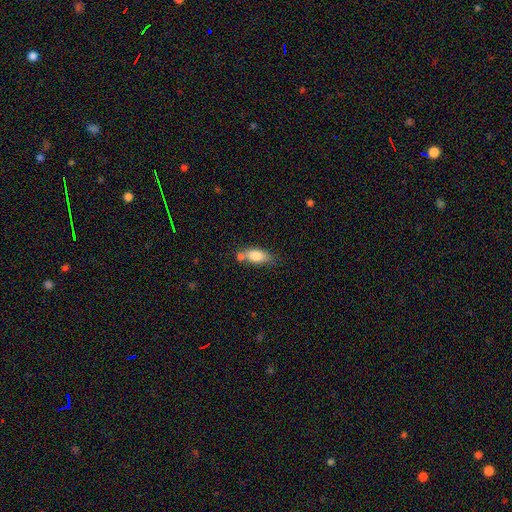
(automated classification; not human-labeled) A smooth galaxy with no disk features (80%) that is in between round and cigar-shaped (83%).

Vote fractions:
- Smooth or featured? smooth: 80% / featured or disk: 13% / star or artifact: 8%
- How rounded? in between: 83% / cigar-shaped: 12% / round: 5%
- Merging? none: 46% / merger: 31% / minor disturbance: 17% / major disturbance: 6%